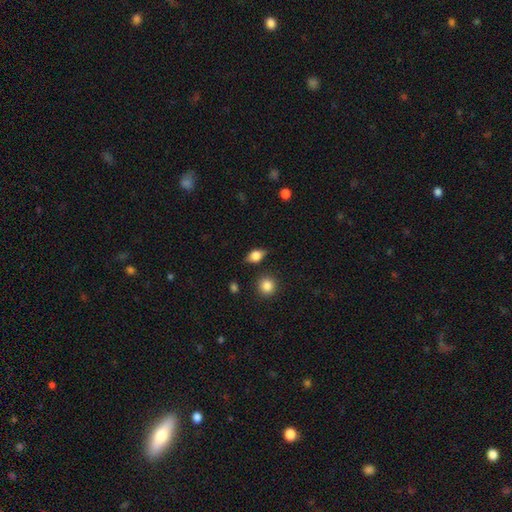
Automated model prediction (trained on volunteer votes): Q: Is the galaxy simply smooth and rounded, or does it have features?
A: smooth — 76%.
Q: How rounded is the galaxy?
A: in between — 71%.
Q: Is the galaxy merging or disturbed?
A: none — 77%.